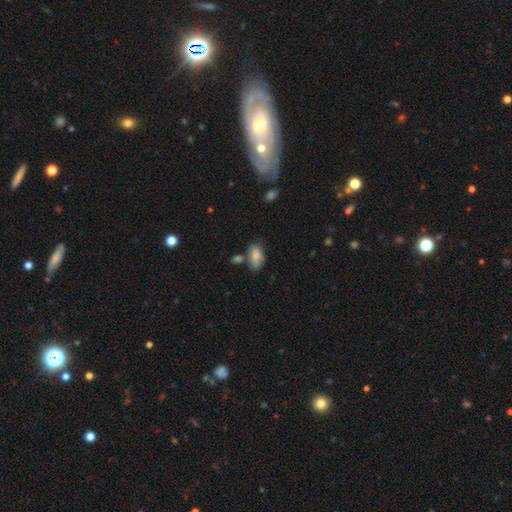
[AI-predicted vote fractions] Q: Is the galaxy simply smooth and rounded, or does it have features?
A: smooth — 81%.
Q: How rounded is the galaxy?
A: in between — 92%.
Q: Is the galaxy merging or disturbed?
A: none — 54%.